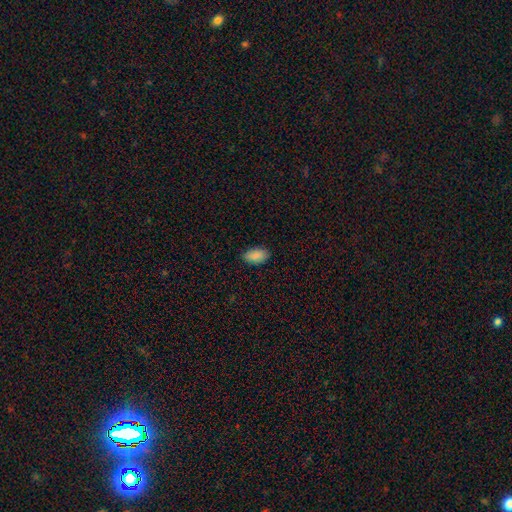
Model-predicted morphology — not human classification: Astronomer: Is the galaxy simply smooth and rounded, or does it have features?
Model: smooth — 89%.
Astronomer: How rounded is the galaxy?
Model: in between — 94%.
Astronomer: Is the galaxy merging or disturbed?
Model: none — 86%.